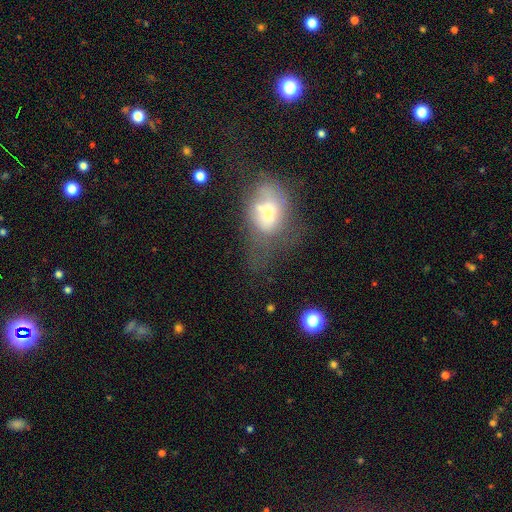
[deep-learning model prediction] This appears to be a smooth galaxy with no disk features (46%). Merging: major disturbance (40%).